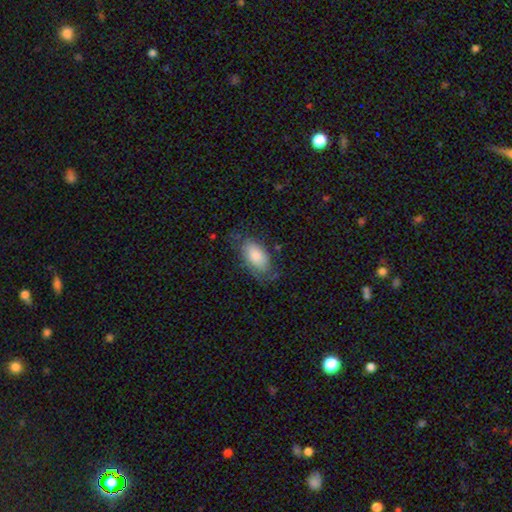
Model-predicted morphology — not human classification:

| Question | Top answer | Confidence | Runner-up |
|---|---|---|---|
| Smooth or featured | smooth | 70% | featured or disk (23%) |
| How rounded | in between | 93% | round (4%) |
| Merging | none | 56% | minor disturbance (27%) |